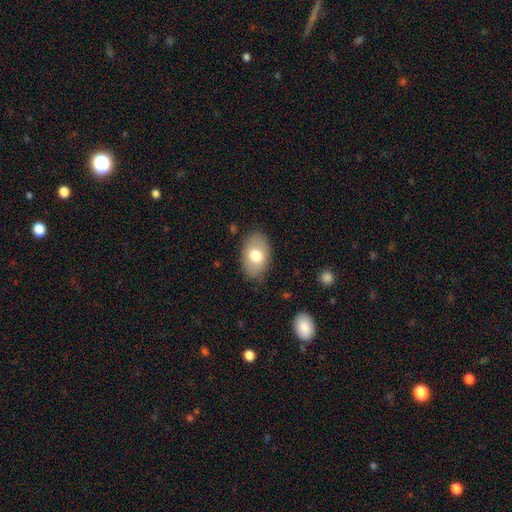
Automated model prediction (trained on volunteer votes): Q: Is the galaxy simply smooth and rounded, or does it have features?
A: smooth — 73%.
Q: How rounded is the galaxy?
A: in between — 89%.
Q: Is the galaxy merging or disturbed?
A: none — 81%.